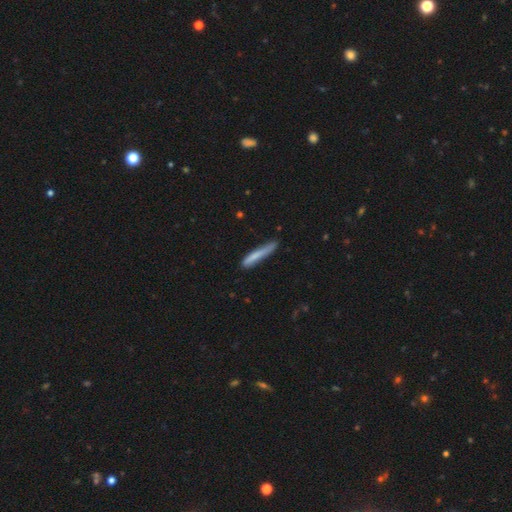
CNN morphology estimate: This is likely a smooth galaxy (74%). How rounded: clearly cigar-shaped (94%). Merging: likely none (69%).